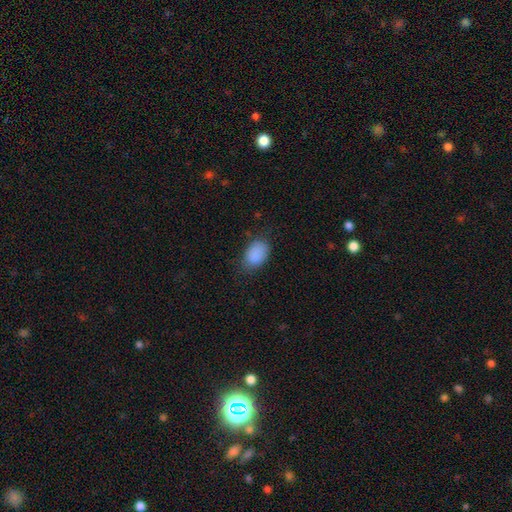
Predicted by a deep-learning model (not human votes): A smooth galaxy with no disk features (87%) that is in between round and cigar-shaped (87%). Merging: none (69%).